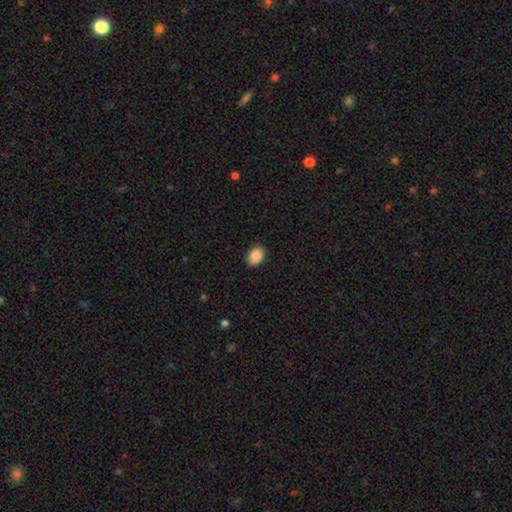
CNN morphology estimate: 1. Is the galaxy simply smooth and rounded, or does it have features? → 89% smooth, 7% star or artifact, 4% featured or disk.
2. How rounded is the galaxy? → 80% in between, 19% round, 1% cigar-shaped.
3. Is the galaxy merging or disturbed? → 86% none, 11% minor disturbance, 2% major disturbance, 1% merger.